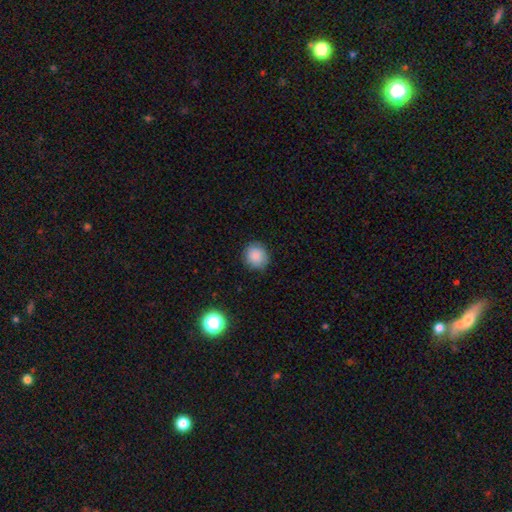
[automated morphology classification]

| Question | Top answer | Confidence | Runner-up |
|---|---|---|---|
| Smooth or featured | smooth | 87% | star or artifact (9%) |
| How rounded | round | 86% | in between (13%) |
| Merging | none | 88% | minor disturbance (9%) |